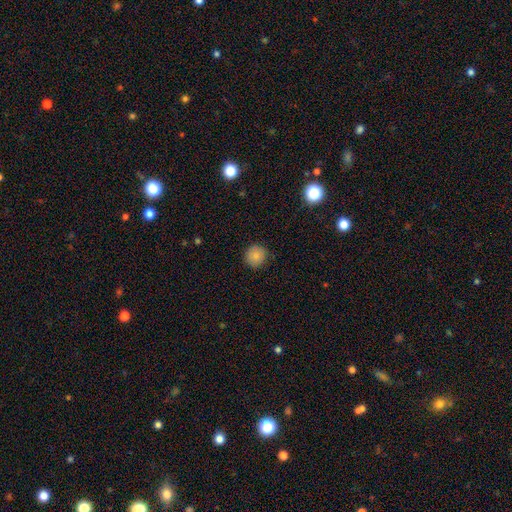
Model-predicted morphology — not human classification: Smooth or featured? Predicted: smooth (p=0.84). How rounded? Predicted: round (p=0.91). Merging? Predicted: none (p=0.88).